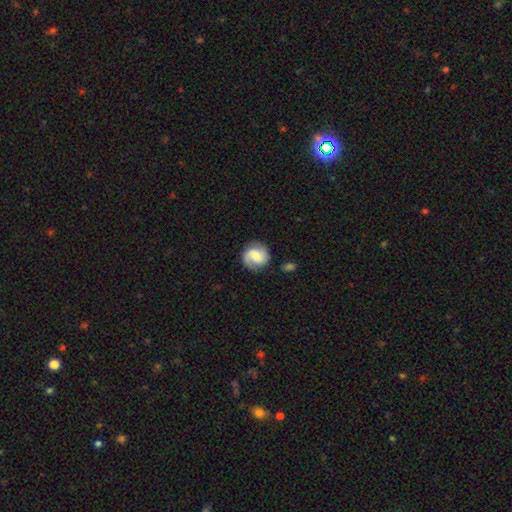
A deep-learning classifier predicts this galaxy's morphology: Smooth or featured? Predicted: featured or disk (p=0.59). Edge-on disk? Predicted: no (p=0.98). Bar? Predicted: weak (p=0.46). Spiral arms? Predicted: yes (p=0.92). Spiral winding? Predicted: medium (p=0.44). Spiral arm count? Predicted: 2 (p=0.75). Bulge size? Predicted: moderate (p=0.45). Merging? Predicted: none (p=0.77).